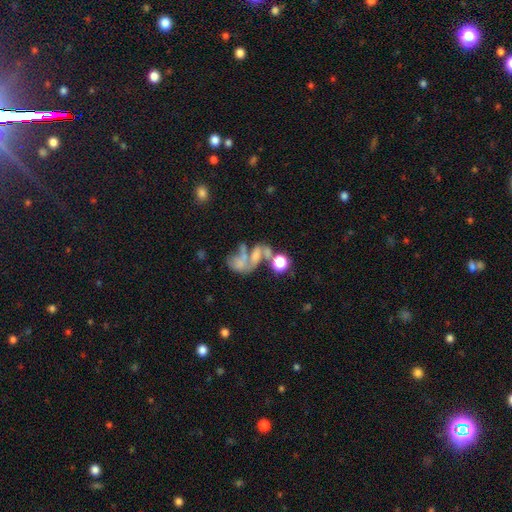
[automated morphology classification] Overall: featured or disk (38%; star or artifact 35%). Merging: none (40%; merger 30%).